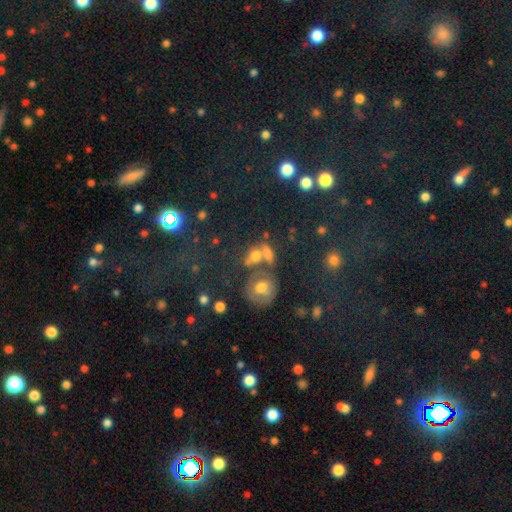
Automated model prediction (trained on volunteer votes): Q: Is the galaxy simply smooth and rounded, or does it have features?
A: smooth — 61%.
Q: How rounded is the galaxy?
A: in between — 50%.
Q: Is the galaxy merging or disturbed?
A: merger — 41%.